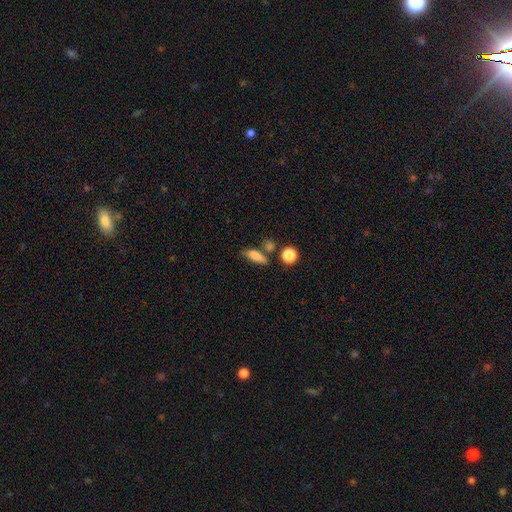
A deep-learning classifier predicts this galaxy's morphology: A smooth galaxy with no disk features (80%) that is in between round and cigar-shaped (55%).

Vote fractions:
- Smooth or featured? smooth: 80% / featured or disk: 11% / star or artifact: 10%
- How rounded? in between: 55% / cigar-shaped: 37% / round: 8%
- Merging? none: 58% / minor disturbance: 20% / merger: 15% / major disturbance: 8%